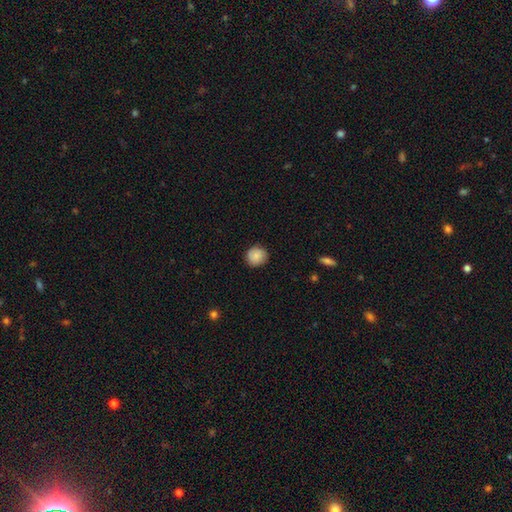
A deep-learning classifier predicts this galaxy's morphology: Smooth or featured: smooth — 84% (featured or disk — 8%)
How rounded: round — 90% (in between — 9%)
Merging: none — 86% (minor disturbance — 11%)